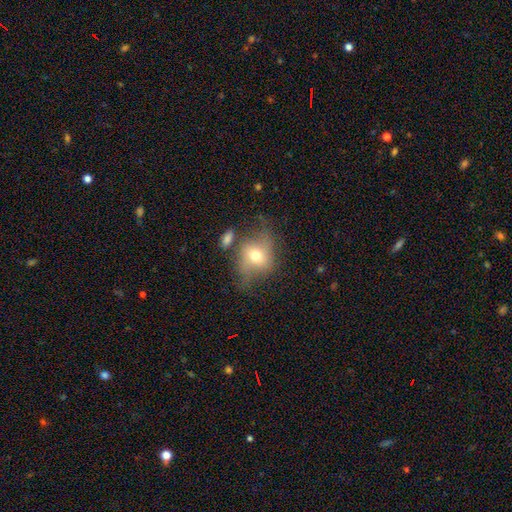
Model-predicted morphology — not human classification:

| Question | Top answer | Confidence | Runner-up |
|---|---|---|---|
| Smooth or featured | smooth | 53% | featured or disk (36%) |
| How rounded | in between | 51% | round (47%) |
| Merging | none | 48% | minor disturbance (28%) |